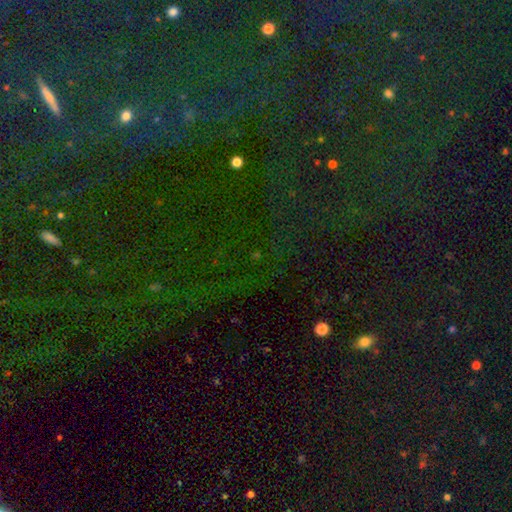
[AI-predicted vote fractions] A star or artifact, not a galaxy (76%).

Vote fractions:
- Smooth or featured? star or artifact: 76% / smooth: 14% / featured or disk: 10%